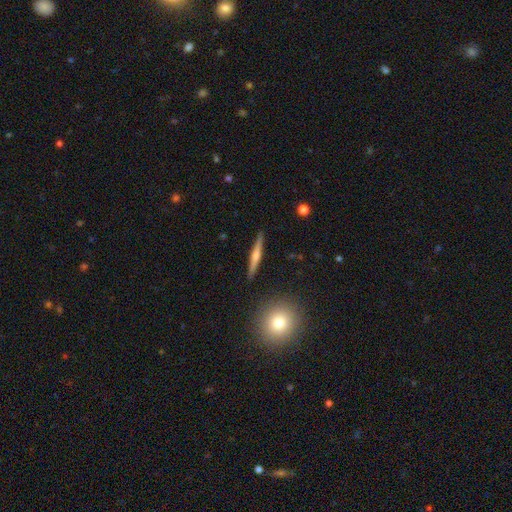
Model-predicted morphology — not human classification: featured or disk 58%, smooth 36%, star or artifact 7%. Down the decision tree: edge-on disk — yes (97%); edge-on bulge — rounded (74%); merging — none (90%).